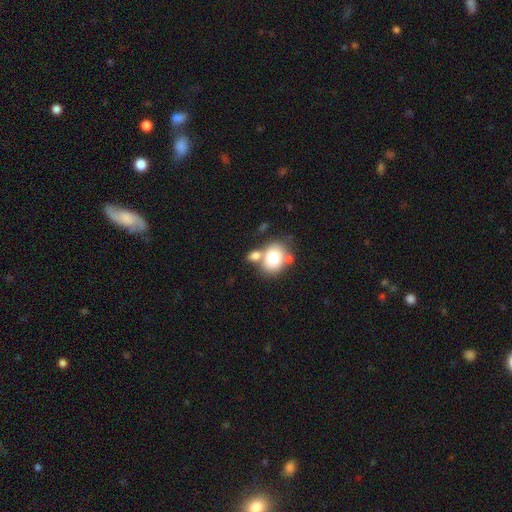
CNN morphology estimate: type=smooth (75%); roundness=in between (51%); merging=none (54%).